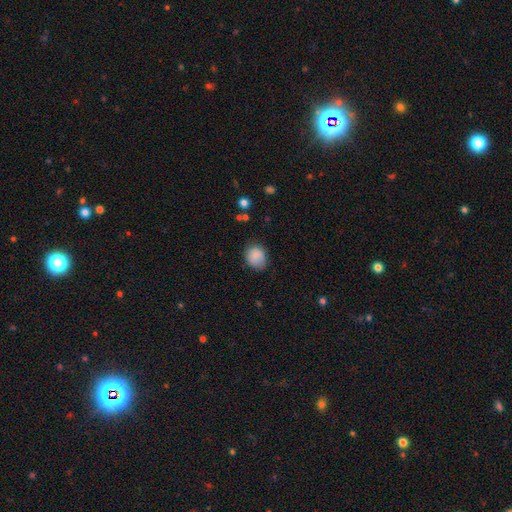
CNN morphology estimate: The model was most divided on "how rounded": round: 59%, in between: 40%, cigar-shaped: 1%. More confident: smooth or featured — smooth (83%); merging — none (68%).